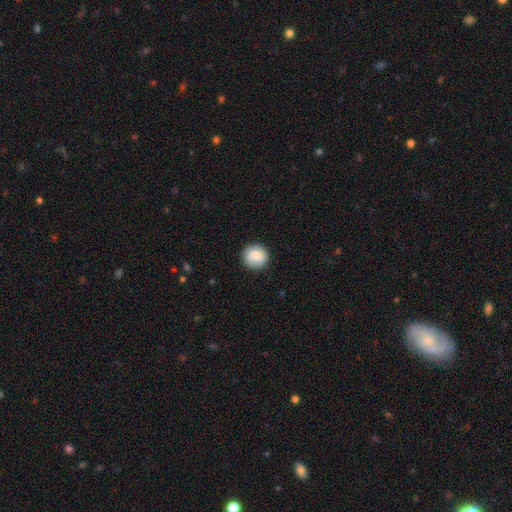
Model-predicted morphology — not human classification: smooth_or_featured: smooth (p=0.79) [alt: featured or disk p=0.14]
how_rounded: round (p=0.94) [alt: in between p=0.05]
merging: none (p=0.89) [alt: minor disturbance p=0.08]